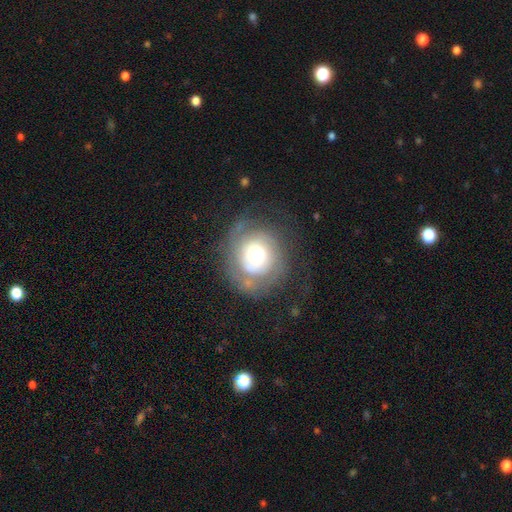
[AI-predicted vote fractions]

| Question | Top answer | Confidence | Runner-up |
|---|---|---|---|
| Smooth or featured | featured or disk | 61% | smooth (31%) |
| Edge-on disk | no | 97% | yes (3%) |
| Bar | no | 83% | weak (13%) |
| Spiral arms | yes | 75% | no (25%) |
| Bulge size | moderate | 40% | large (34%) |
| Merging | none | 61% | minor disturbance (19%) |